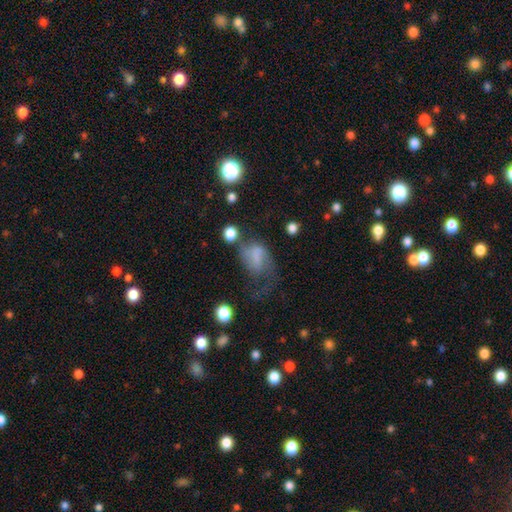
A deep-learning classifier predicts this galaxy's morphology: Smooth or featured? Predicted: smooth (p=0.52). How rounded? Predicted: in between (p=0.74). Merging? Predicted: major disturbance (p=0.47).